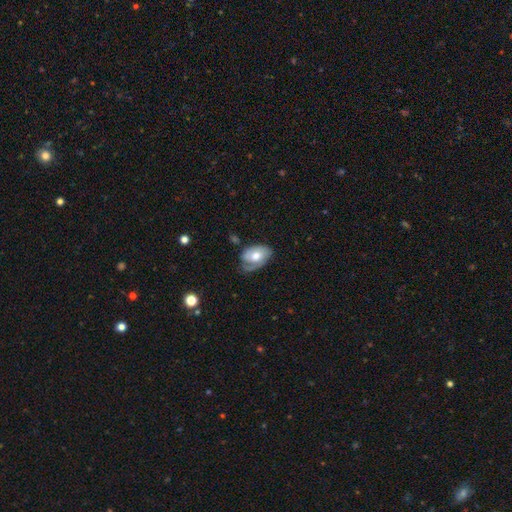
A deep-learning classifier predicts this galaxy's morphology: Smooth or featured? featured or disk (54%)
Edge-on disk? no (94%)
Bar? no (75%)
Spiral arms? yes (72%)
Bulge size? moderate (65%)
Merging? none (46%)